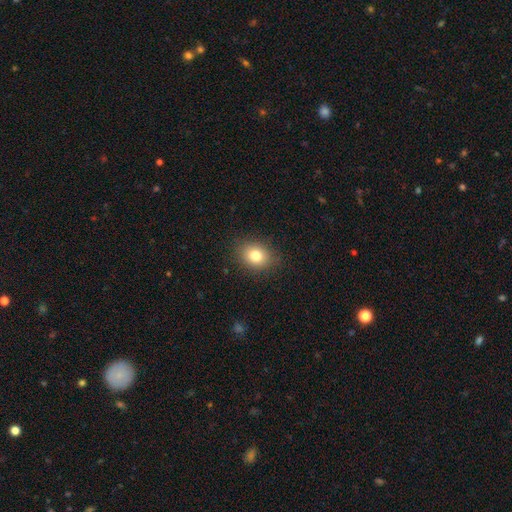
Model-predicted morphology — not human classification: Overall: smooth (79%). How rounded: round (52%; in between 47%). Merging: none (87%).